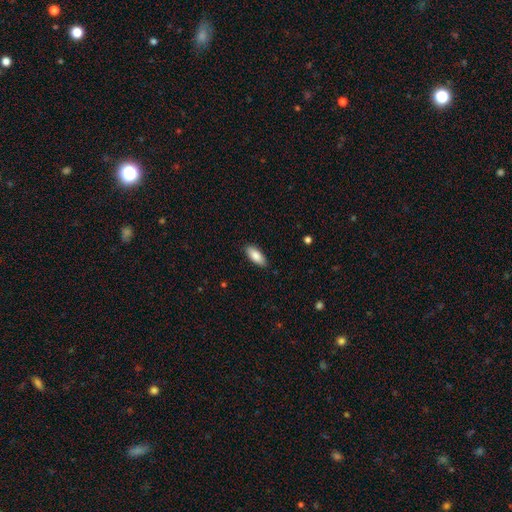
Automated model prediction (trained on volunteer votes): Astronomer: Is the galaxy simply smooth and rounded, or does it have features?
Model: smooth — 85%.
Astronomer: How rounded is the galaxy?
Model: in between — 81%.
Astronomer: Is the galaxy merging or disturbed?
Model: none — 86%.